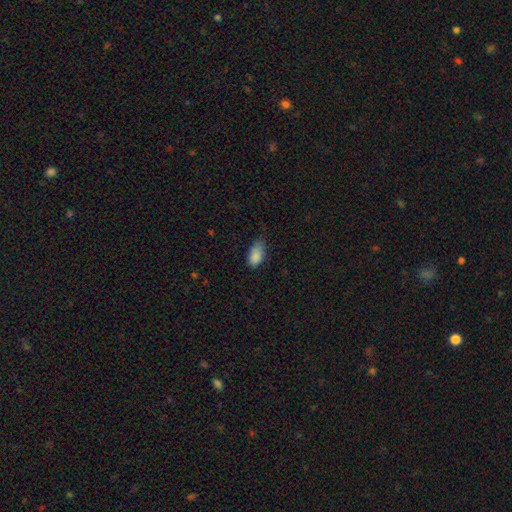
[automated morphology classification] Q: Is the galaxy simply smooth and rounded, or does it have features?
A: smooth — 86%.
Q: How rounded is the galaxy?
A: in between — 90%.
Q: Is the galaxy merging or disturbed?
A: none — 46%.